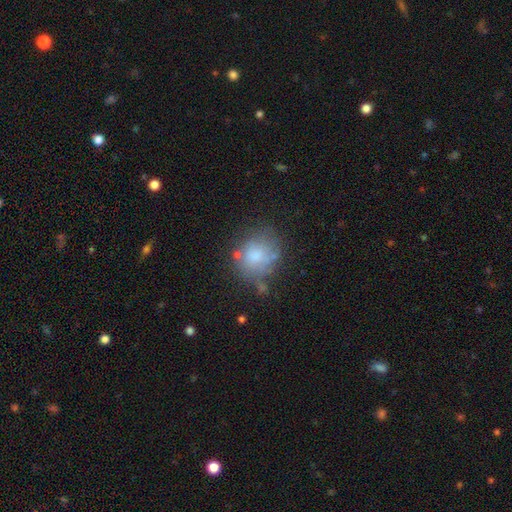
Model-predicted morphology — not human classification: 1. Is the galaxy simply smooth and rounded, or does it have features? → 69% smooth, 19% featured or disk, 11% star or artifact.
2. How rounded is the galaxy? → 75% round, 24% in between, 1% cigar-shaped.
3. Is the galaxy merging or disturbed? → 60% none, 23% minor disturbance, 10% major disturbance, 7% merger.